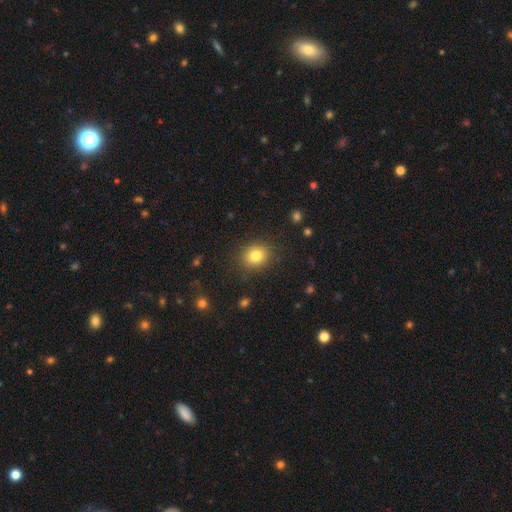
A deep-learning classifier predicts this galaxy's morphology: Q: Smooth or featured?
A: smooth (82%); runner-up: star or artifact (11%)
Q: How rounded?
A: round (71%); runner-up: in between (28%)
Q: Merging?
A: none (88%); runner-up: minor disturbance (8%)